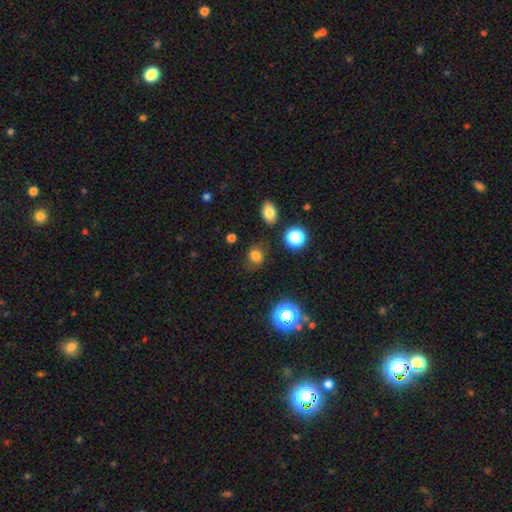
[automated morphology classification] This appears to be a smooth galaxy with no disk features (75%) that is round (69%). Merging: none (79%).